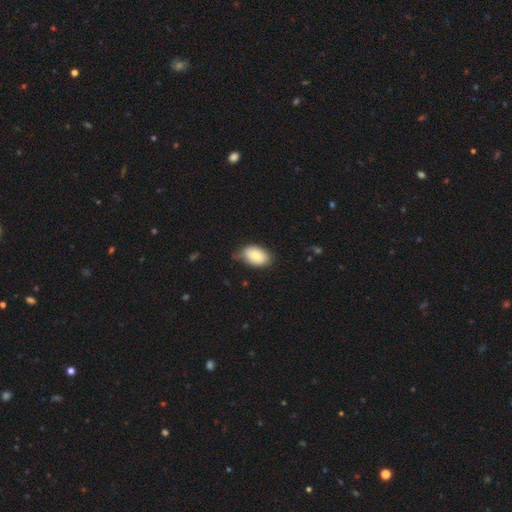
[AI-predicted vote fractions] This is likely a smooth galaxy (76%). How rounded: clearly in between (88%). Merging: likely none (62%).